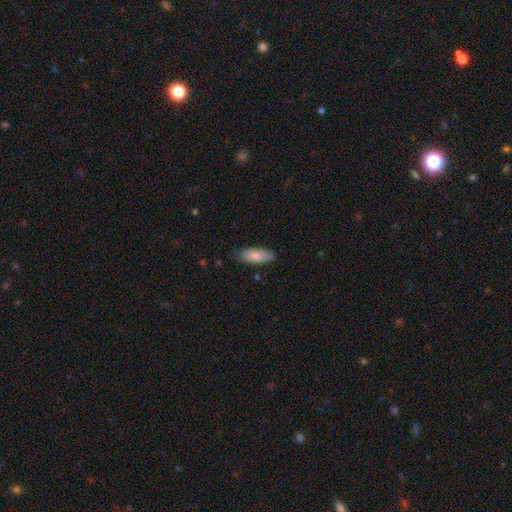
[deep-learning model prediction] This is clearly a smooth galaxy (82%). How rounded: likely in between (74%). Merging: likely none (77%).